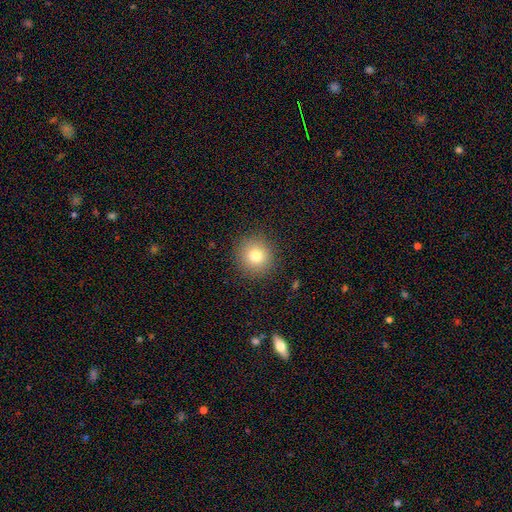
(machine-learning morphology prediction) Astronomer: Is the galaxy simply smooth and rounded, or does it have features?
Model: smooth — 78%.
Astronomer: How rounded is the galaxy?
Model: round — 93%.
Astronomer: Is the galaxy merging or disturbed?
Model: none — 90%.